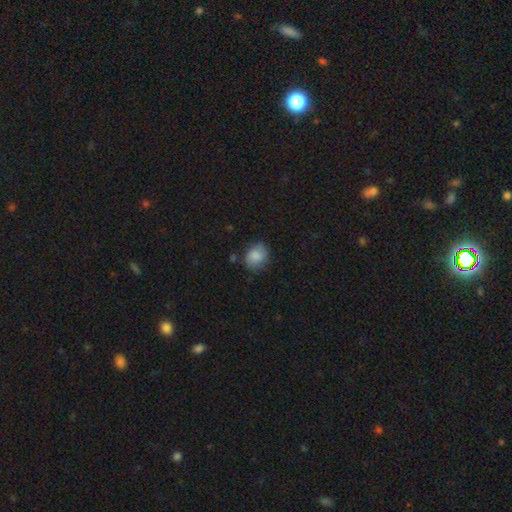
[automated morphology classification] smooth_or_featured: smooth (p=0.82) [alt: featured or disk p=0.10]
how_rounded: round (p=0.53) [alt: in between p=0.46]
merging: none (p=0.73) [alt: minor disturbance p=0.21]